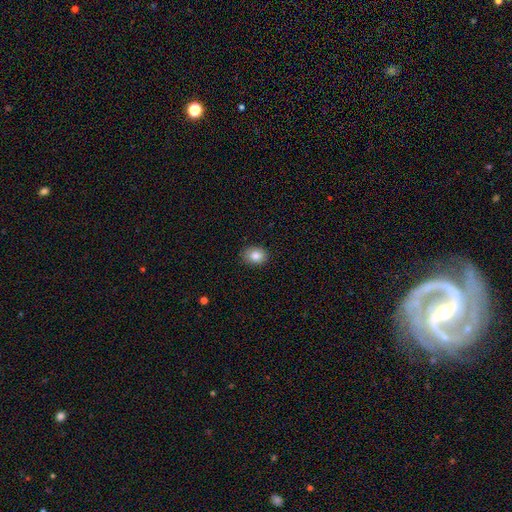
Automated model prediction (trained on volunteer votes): A smooth galaxy with no disk features (84%) that is in between round and cigar-shaped (57%).

Vote fractions:
- Smooth or featured? smooth: 84% / star or artifact: 9% / featured or disk: 7%
- How rounded? in between: 57% / round: 42% / cigar-shaped: 1%
- Merging? none: 87% / minor disturbance: 10% / major disturbance: 2% / merger: 1%